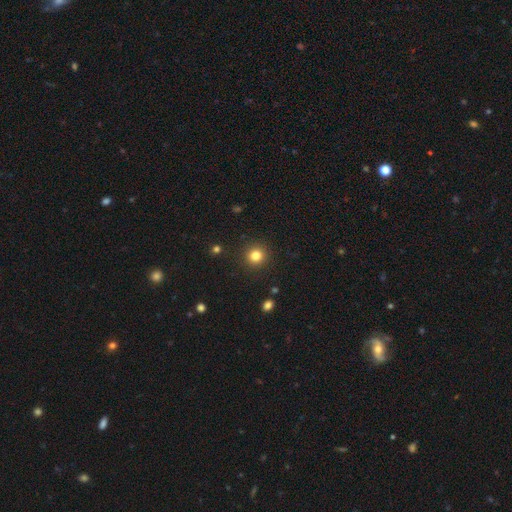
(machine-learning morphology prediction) Q: Smooth or featured?
A: smooth (82%); runner-up: star or artifact (12%)
Q: How rounded?
A: round (92%); runner-up: in between (7%)
Q: Merging?
A: none (91%); runner-up: minor disturbance (6%)